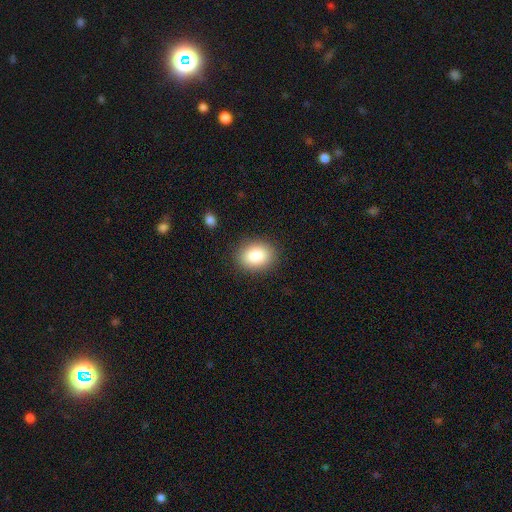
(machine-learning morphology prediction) The model was most divided on "how rounded": in between: 56%, round: 43%, cigar-shaped: 1%. More confident: merging — none (87%); smooth or featured — smooth (85%).